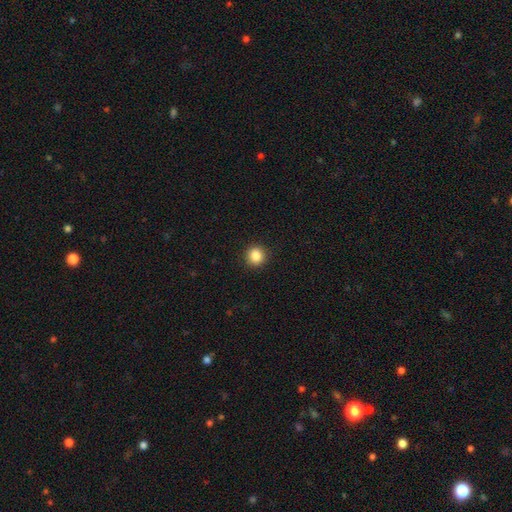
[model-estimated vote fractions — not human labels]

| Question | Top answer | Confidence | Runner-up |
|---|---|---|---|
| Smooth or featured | smooth | 86% | star or artifact (10%) |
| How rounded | round | 92% | in between (7%) |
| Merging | none | 92% | minor disturbance (5%) |